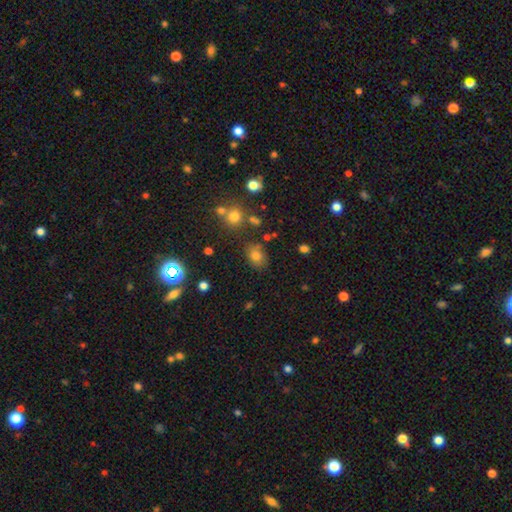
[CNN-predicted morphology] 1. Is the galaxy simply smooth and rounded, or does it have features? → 74% smooth, 16% star or artifact, 10% featured or disk.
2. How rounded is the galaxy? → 63% in between, 36% round, 1% cigar-shaped.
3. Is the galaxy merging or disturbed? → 73% none, 16% minor disturbance, 7% merger, 5% major disturbance.